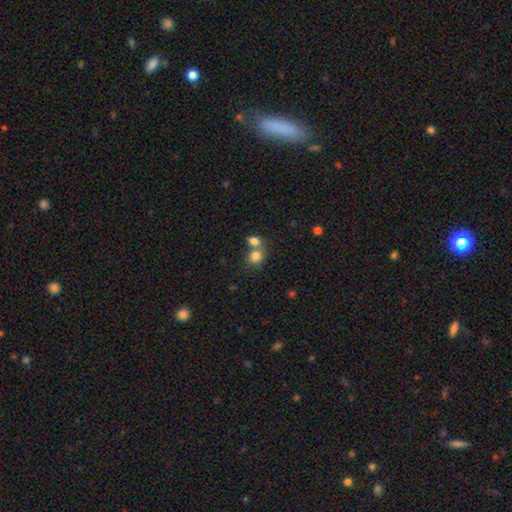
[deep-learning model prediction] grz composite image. It shows a smooth galaxy with no disk features (81%) that is round (64%). Merging: merger (48%).